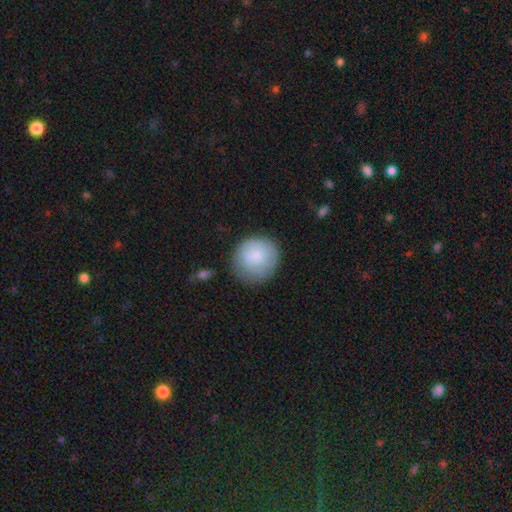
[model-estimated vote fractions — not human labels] Smooth or featured: smooth — 82% (featured or disk — 12%)
How rounded: round — 90% (in between — 9%)
Merging: none — 73% (minor disturbance — 19%)